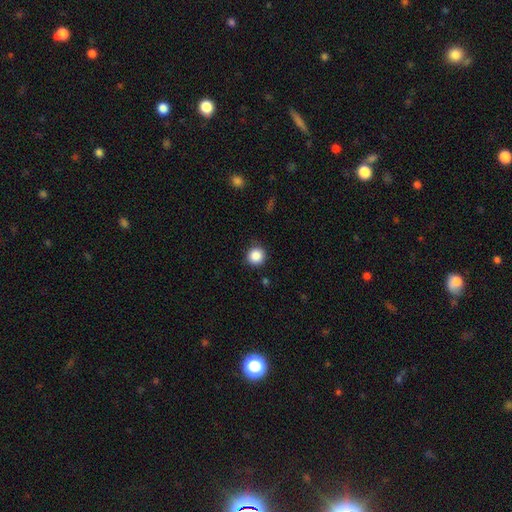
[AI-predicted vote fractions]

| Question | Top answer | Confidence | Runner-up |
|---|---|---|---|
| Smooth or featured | smooth | 87% | star or artifact (10%) |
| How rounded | round | 94% | in between (6%) |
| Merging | none | 88% | minor disturbance (9%) |